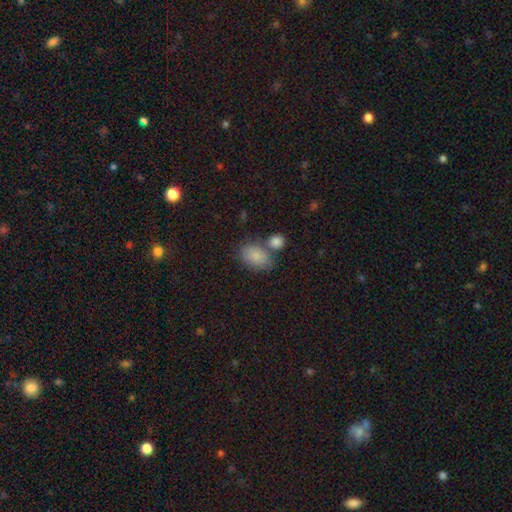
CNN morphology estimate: Q: Smooth or featured?
A: smooth (84%); runner-up: featured or disk (8%)
Q: How rounded?
A: in between (82%); runner-up: round (17%)
Q: Merging?
A: none (51%); runner-up: merger (25%)